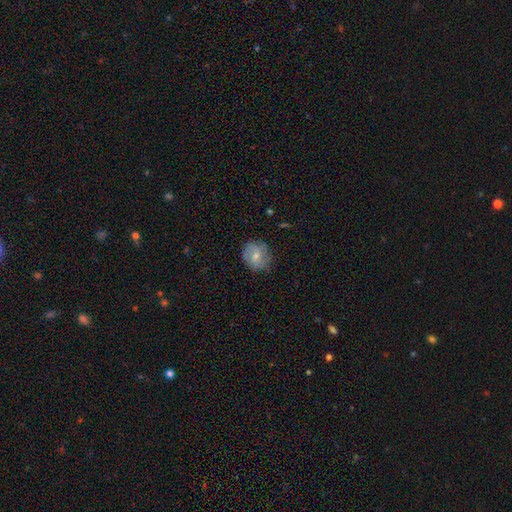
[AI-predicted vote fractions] Smooth or featured?
  - smooth: 58% *
  - featured or disk: 35%
  - star or artifact: 8%
How rounded?
  - round: 85% *
  - in between: 14%
  - cigar-shaped: 1%
Merging?
  - none: 78% *
  - minor disturbance: 17%
  - major disturbance: 4%
  - merger: 1%